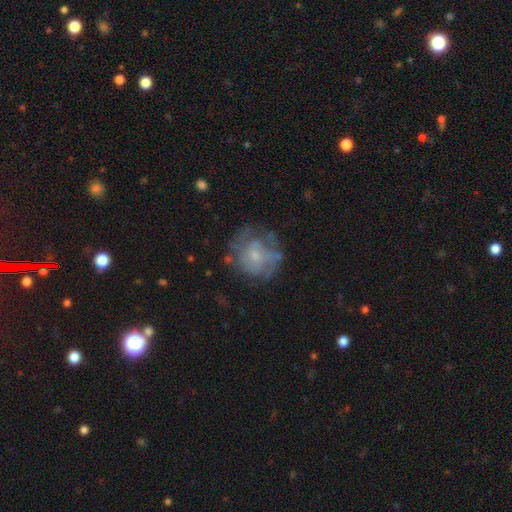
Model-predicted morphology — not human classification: Overall: featured or disk (59%; smooth 32%). Edge-on disk: no (98%). Bar: no (77%). Spiral arms: yes (58%; no 42%). Bulge size: small (57%; moderate 29%). Merging: none (58%; minor disturbance 22%).